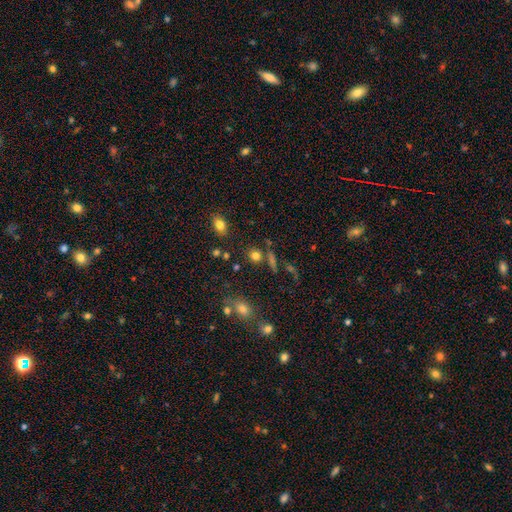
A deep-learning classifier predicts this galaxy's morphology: Smooth or featured?
  - smooth: 77% *
  - star or artifact: 15%
  - featured or disk: 8%
How rounded?
  - round: 78% *
  - in between: 19%
  - cigar-shaped: 3%
Merging?
  - none: 75% *
  - merger: 12%
  - minor disturbance: 10%
  - major disturbance: 4%